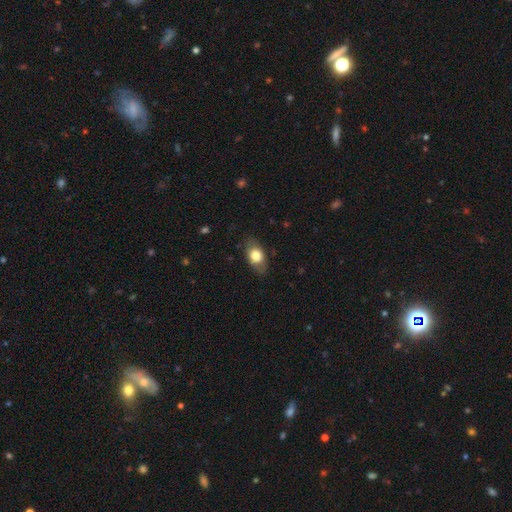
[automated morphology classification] smooth 75%, featured or disk 18%, star or artifact 7%. Down the decision tree: how rounded — in between (85%); merging — none (80%).